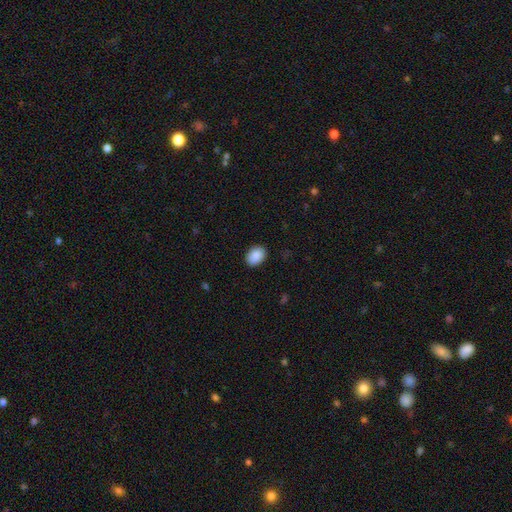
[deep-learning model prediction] A smooth galaxy with no disk features (90%) that is in between round and cigar-shaped (72%). Merging: none (89%).